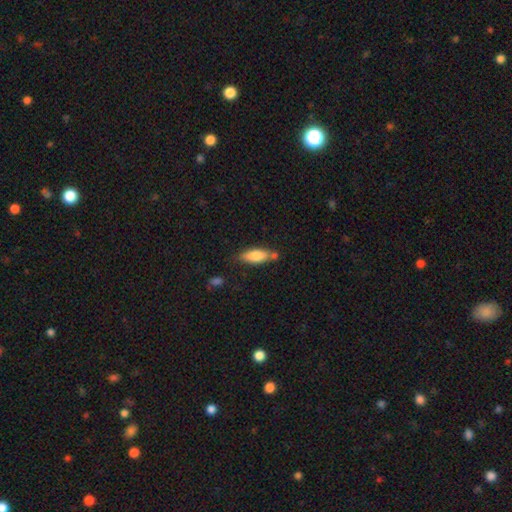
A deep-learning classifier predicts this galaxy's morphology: Smooth or featured: smooth — 80% (featured or disk — 13%)
How rounded: in between — 69% (cigar-shaped — 29%)
Merging: none — 63% (minor disturbance — 18%)